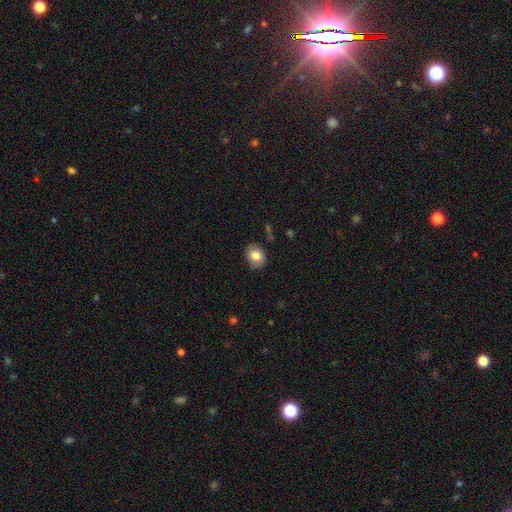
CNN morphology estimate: smooth_or_featured: smooth (p=0.79) [alt: featured or disk p=0.12]
how_rounded: in between (p=0.53) [alt: round p=0.46]
merging: none (p=0.78) [alt: minor disturbance p=0.17]